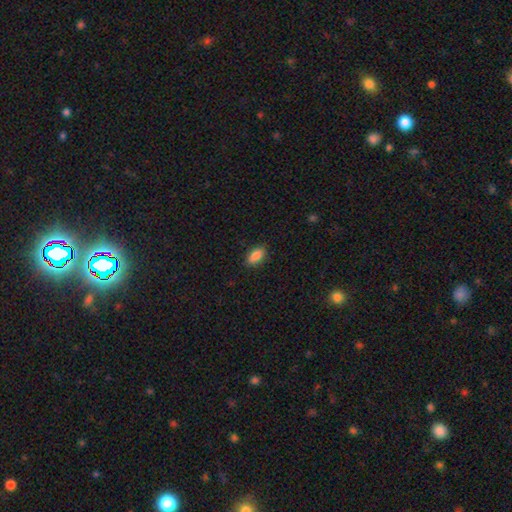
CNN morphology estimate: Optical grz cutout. It shows a smooth galaxy with no disk features (86%) that is in between round and cigar-shaped (89%). Merging: none (86%).